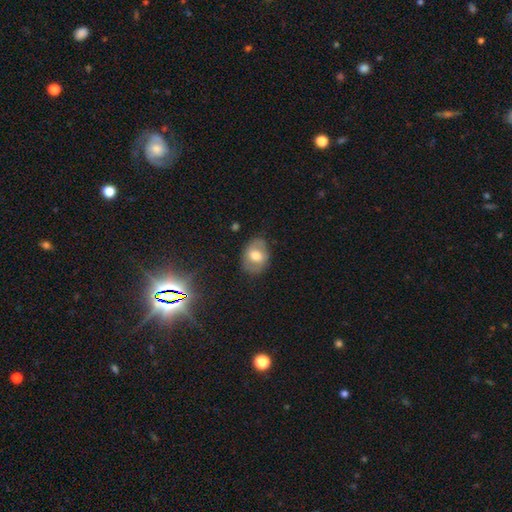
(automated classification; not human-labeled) The model was most divided on "smooth or featured": smooth: 60%, featured or disk: 32%, star or artifact: 8%. More confident: merging — none (79%); how rounded — in between (65%).